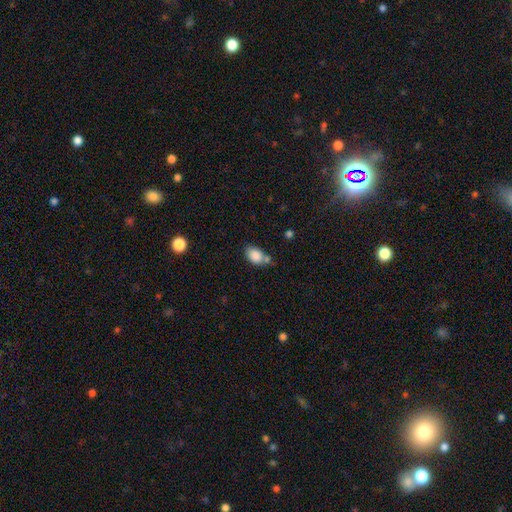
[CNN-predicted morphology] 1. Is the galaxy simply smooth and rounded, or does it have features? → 86% smooth, 9% star or artifact, 6% featured or disk.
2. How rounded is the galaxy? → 79% in between, 20% round, 1% cigar-shaped.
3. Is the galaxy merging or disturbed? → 52% none, 22% merger, 19% minor disturbance, 6% major disturbance.